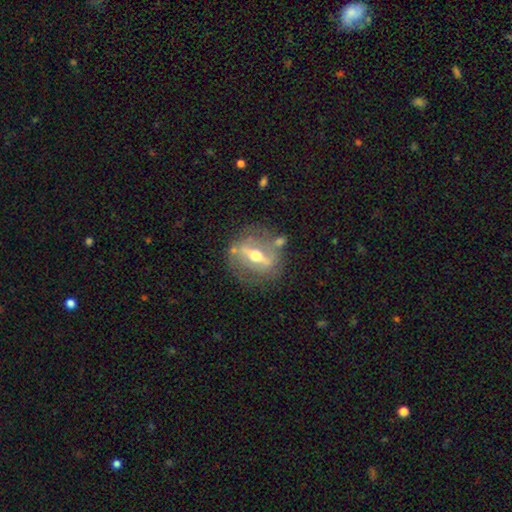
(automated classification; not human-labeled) This is likely a featured or disk galaxy (75%). It is likely not viewed edge-on (67%). Bar: likely strong (70%). Spiral arm pattern: likely no (71%). Central bulge: likely moderate (74%). Merging: likely none (69%).